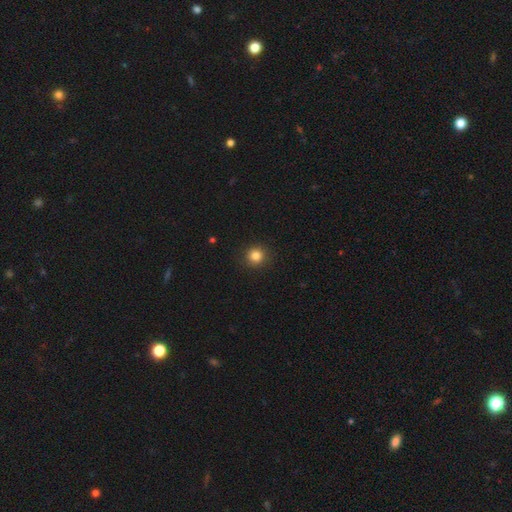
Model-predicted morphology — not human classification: type=smooth (83%); roundness=round (93%); merging=none (91%).